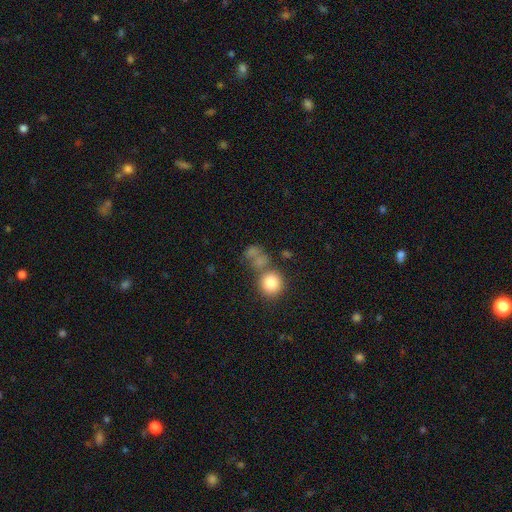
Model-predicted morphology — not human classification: The model was most divided on "merging": none: 45%, merger: 34%, minor disturbance: 11%, major disturbance: 9%. More confident: how rounded — round (73%); smooth or featured — smooth (69%).